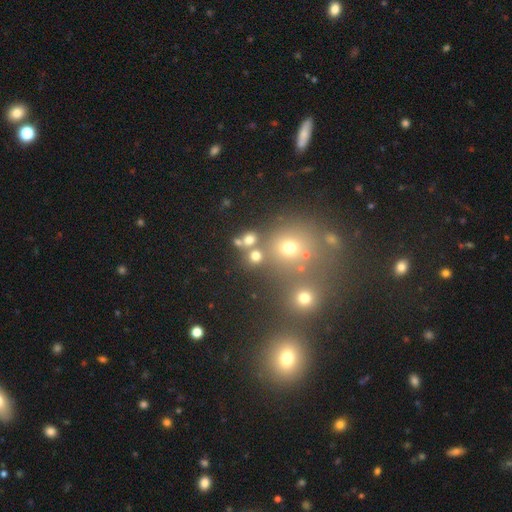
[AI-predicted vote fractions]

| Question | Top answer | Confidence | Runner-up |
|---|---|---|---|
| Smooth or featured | smooth | 70% | star or artifact (20%) |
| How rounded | round | 84% | in between (15%) |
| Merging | none | 67% | merger (20%) |